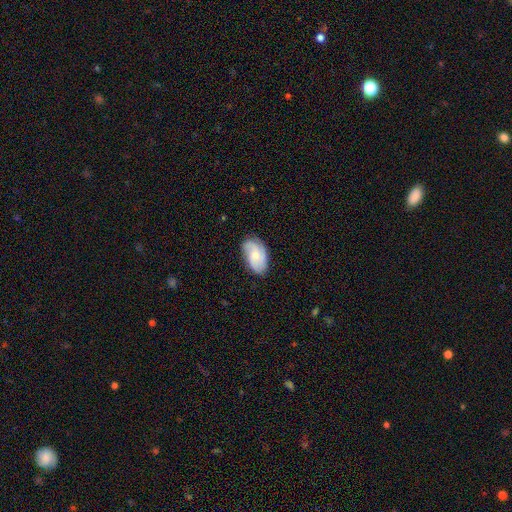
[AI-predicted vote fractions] Smooth or featured: featured or disk — 57% (smooth — 37%)
Edge-on disk: no — 96% (yes — 4%)
Bar: no — 70% (weak — 26%)
Spiral arms: yes — 92% (no — 8%)
Bulge size: small — 51% (moderate — 40%)
Merging: none — 73% (minor disturbance — 21%)